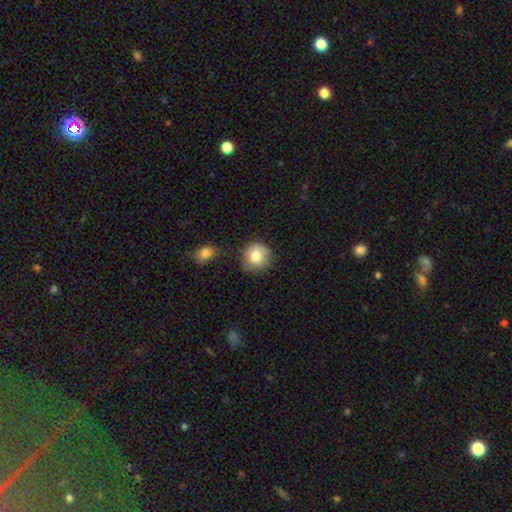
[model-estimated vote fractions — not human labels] This is clearly a smooth galaxy (83%). How rounded: clearly round (89%). Merging: likely none (73%).